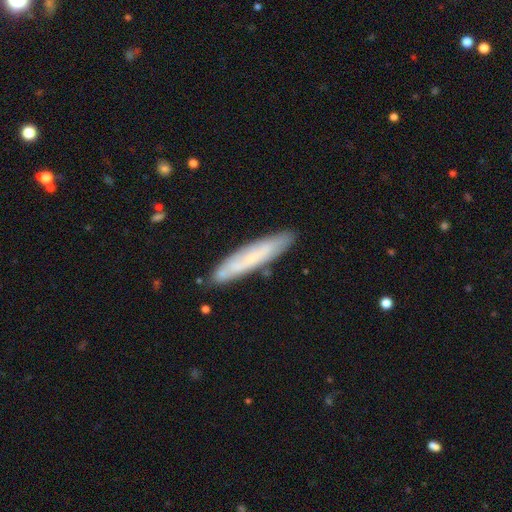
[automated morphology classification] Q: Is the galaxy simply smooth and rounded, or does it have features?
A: smooth — 50%.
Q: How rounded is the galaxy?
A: cigar-shaped — 90%.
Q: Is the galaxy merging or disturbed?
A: none — 86%.